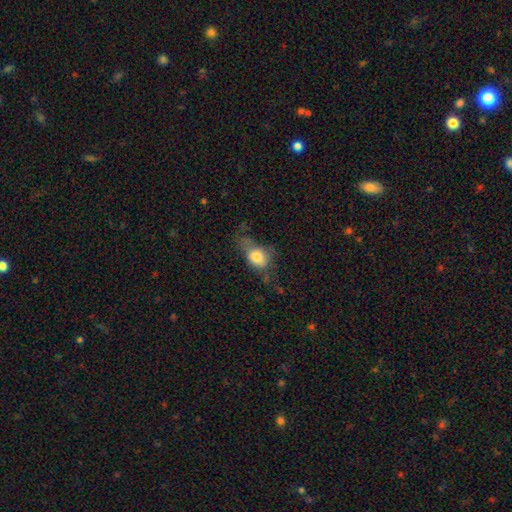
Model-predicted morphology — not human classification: smooth-or-featured: smooth: 73% | featured or disk: 17% | star or artifact: 9%
  how-rounded: in between: 65% | round: 32% | cigar-shaped: 3%
  merging: major disturbance: 36% | minor disturbance: 31% | none: 29% | merger: 4%